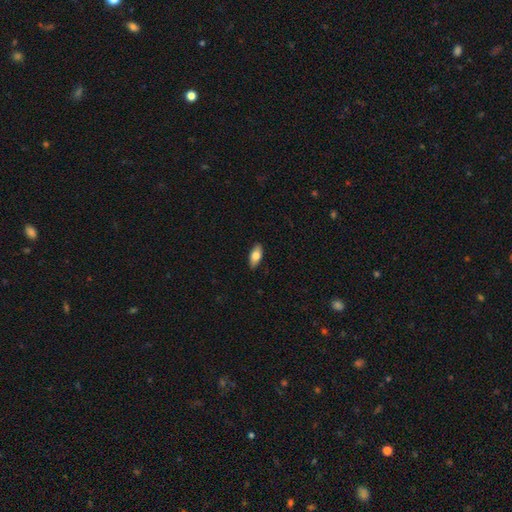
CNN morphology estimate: Smooth or featured: smooth — 76% (featured or disk — 18%)
How rounded: in between — 85% (cigar-shaped — 12%)
Merging: none — 88% (minor disturbance — 9%)